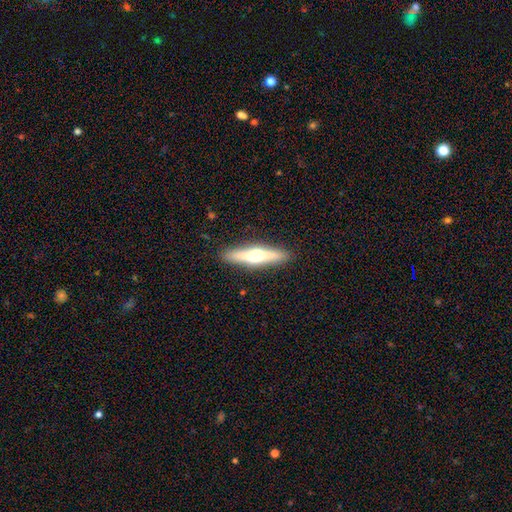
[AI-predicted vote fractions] smooth_or_featured: featured or disk (p=0.52) [alt: smooth p=0.41]
disk_edge_on: yes (p=0.93) [alt: no p=0.07]
merging: none (p=0.90) [alt: minor disturbance p=0.07]